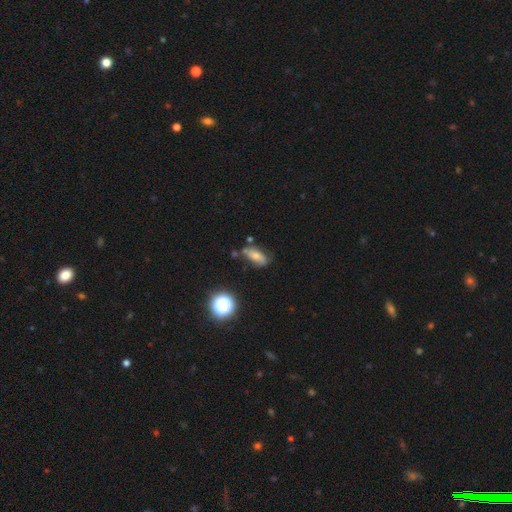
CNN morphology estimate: Smooth or featured?
  - smooth: 65% *
  - featured or disk: 21%
  - star or artifact: 14%
How rounded?
  - in between: 75% *
  - cigar-shaped: 19%
  - round: 7%
Merging?
  - none: 60% *
  - minor disturbance: 25%
  - merger: 8%
  - major disturbance: 7%